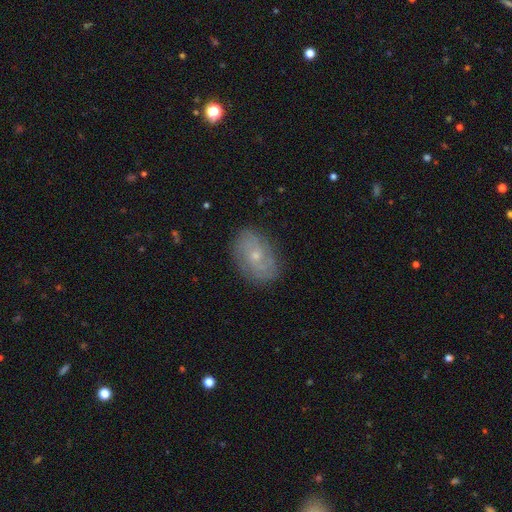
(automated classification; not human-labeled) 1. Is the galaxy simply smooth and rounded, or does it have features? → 60% featured or disk, 30% smooth, 9% star or artifact.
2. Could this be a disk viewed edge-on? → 95% no, 5% yes.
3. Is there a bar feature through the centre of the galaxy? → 77% no, 20% weak, 3% strong.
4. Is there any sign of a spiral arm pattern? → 79% yes, 21% no.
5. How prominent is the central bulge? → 65% small, 32% moderate, 2% none, 1% large, 1% dominant.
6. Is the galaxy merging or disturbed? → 82% none, 14% minor disturbance, 4% major disturbance, 1% merger.